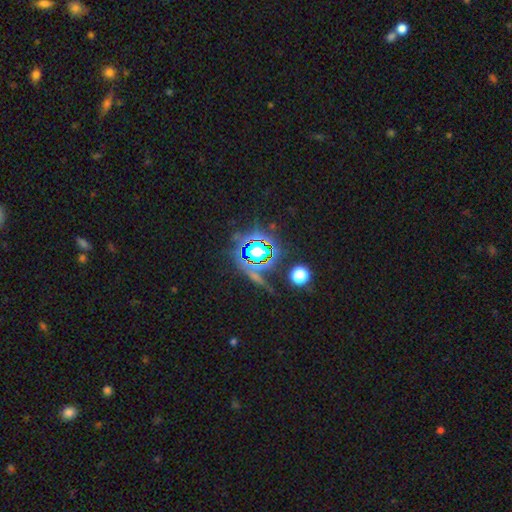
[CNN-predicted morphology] type=star or artifact (80%).